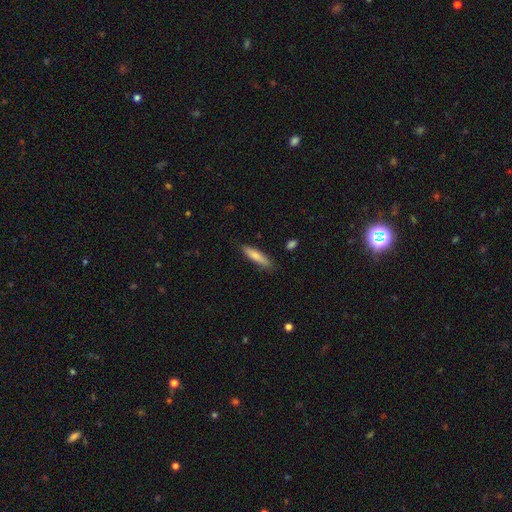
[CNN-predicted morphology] Smooth or featured? Predicted: smooth (p=0.79). How rounded? Predicted: cigar-shaped (p=0.79). Merging? Predicted: none (p=0.84).